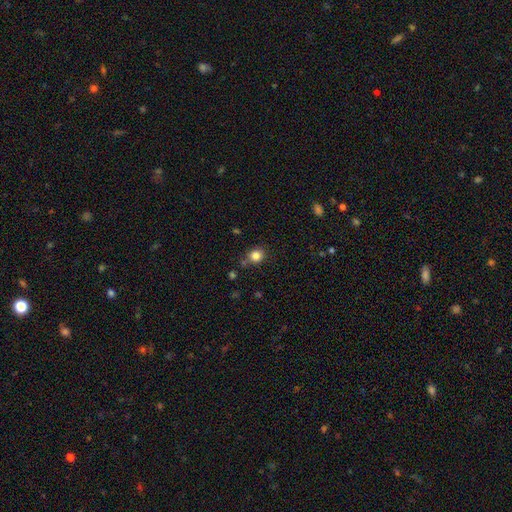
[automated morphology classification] Smooth or featured?
  - smooth: 83% *
  - star or artifact: 12%
  - featured or disk: 6%
How rounded?
  - round: 79% *
  - in between: 20%
  - cigar-shaped: 1%
Merging?
  - none: 76% *
  - minor disturbance: 14%
  - merger: 7%
  - major disturbance: 4%